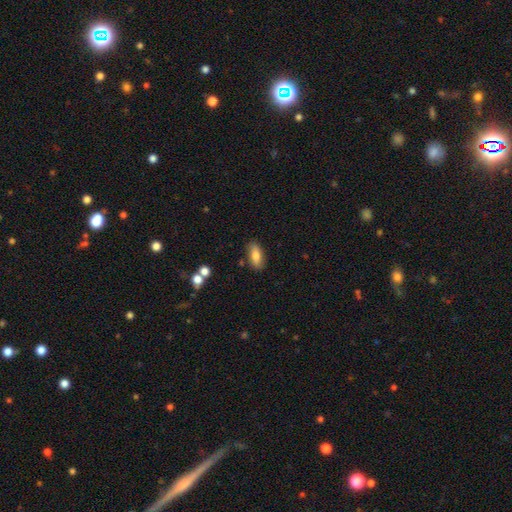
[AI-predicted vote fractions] A smooth galaxy with no disk features (79%) that is in between round and cigar-shaped (81%).

Vote fractions:
- Smooth or featured? smooth: 79% / featured or disk: 14% / star or artifact: 8%
- How rounded? in between: 81% / cigar-shaped: 15% / round: 3%
- Merging? none: 83% / minor disturbance: 12% / merger: 3% / major disturbance: 2%